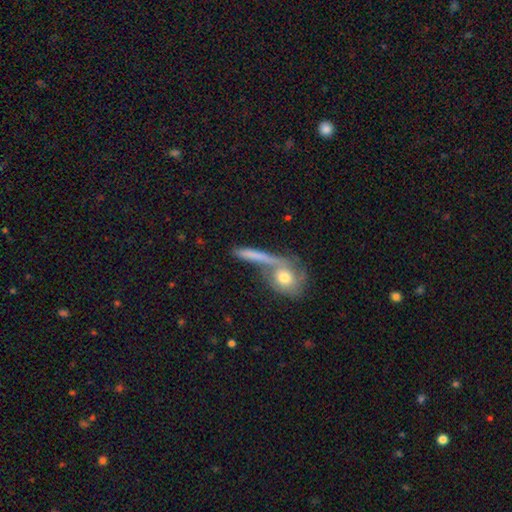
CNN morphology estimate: Q: Smooth or featured?
A: smooth (61%); runner-up: featured or disk (30%)
Q: How rounded?
A: cigar-shaped (62%); runner-up: in between (20%)
Q: Merging?
A: none (49%); runner-up: merger (33%)